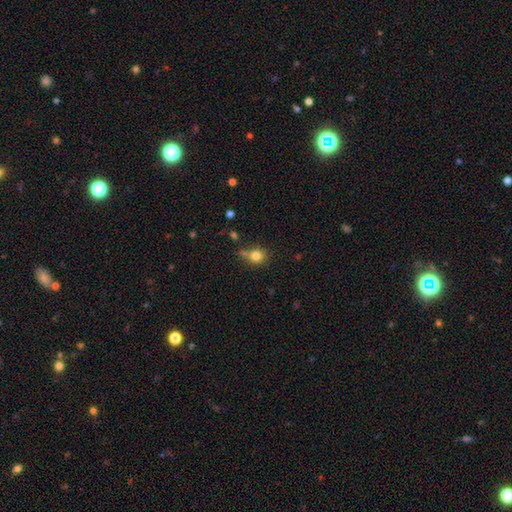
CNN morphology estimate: The model was most divided on "merging": none: 61%, minor disturbance: 17%, merger: 16%, major disturbance: 5%. More confident: smooth or featured — smooth (80%); how rounded — round (73%).